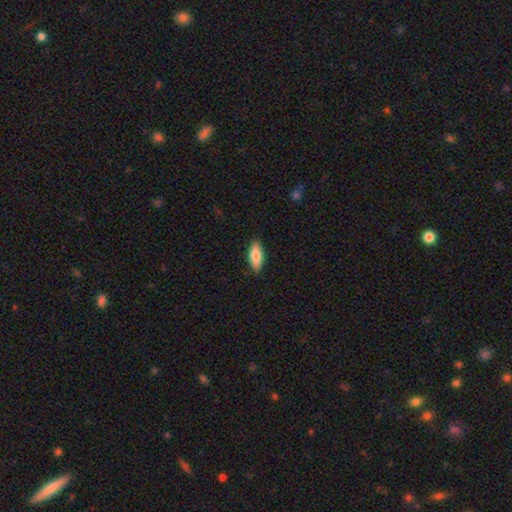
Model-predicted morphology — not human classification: This is clearly a smooth galaxy (81%). How rounded: likely in between (73%). Merging: clearly none (88%).